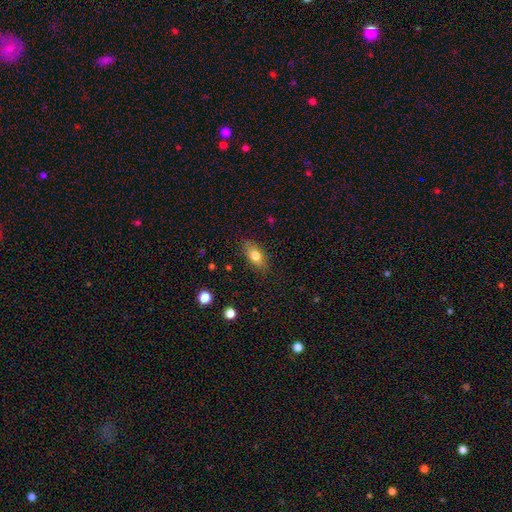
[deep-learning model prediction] Smooth or featured?
  - smooth: 73% *
  - featured or disk: 19%
  - star or artifact: 8%
How rounded?
  - in between: 81% *
  - cigar-shaped: 13%
  - round: 6%
Merging?
  - none: 84% *
  - minor disturbance: 12%
  - major disturbance: 3%
  - merger: 1%